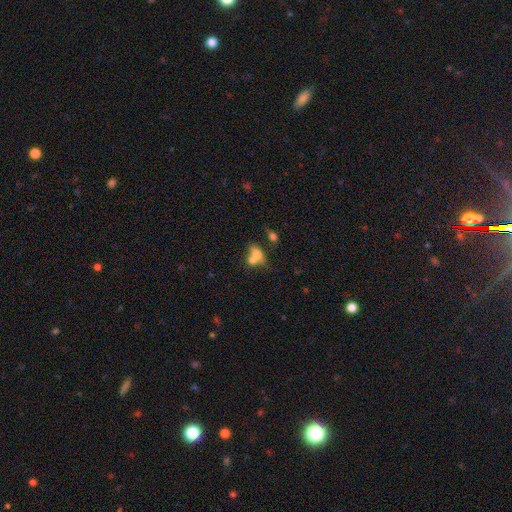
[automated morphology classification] type=smooth (67%); roundness=in between (61%); merging=merger (61%).